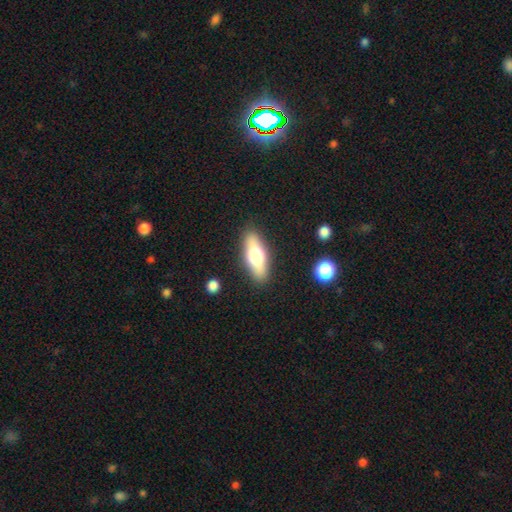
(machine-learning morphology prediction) A smooth galaxy with no disk features (59%) that is in between round and cigar-shaped (60%). Merging: none (87%).